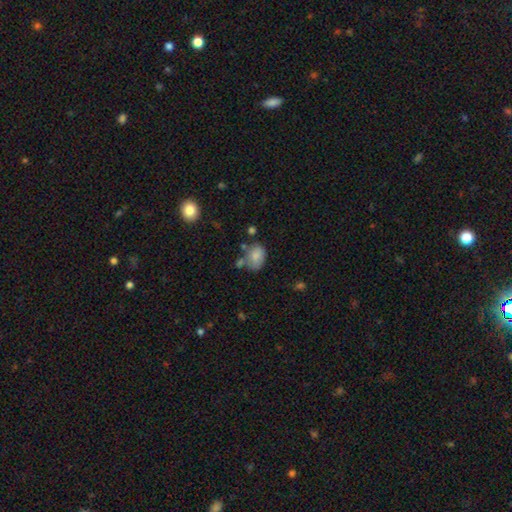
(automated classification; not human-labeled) smooth-or-featured: smooth: 80% | featured or disk: 12% | star or artifact: 9%
  how-rounded: in between: 74% | round: 25% | cigar-shaped: 1%
  merging: none: 52% | minor disturbance: 26% | merger: 14% | major disturbance: 8%